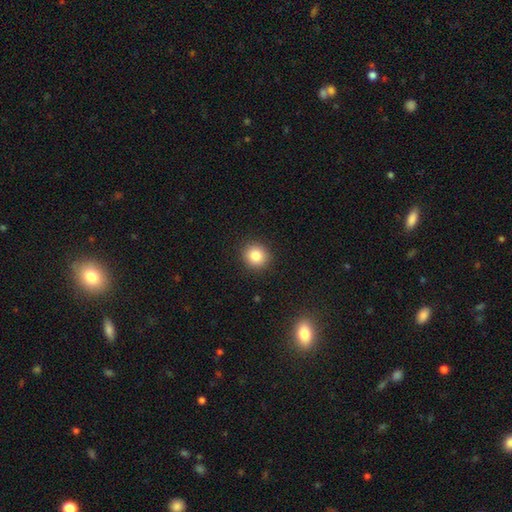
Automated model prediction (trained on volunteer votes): A smooth galaxy with no disk features (84%) that is round (88%).

Vote fractions:
- Smooth or featured? smooth: 84% / star or artifact: 10% / featured or disk: 6%
- How rounded? round: 88% / in between: 11% / cigar-shaped: 1%
- Merging? none: 91% / minor disturbance: 6% / major disturbance: 2% / merger: 1%